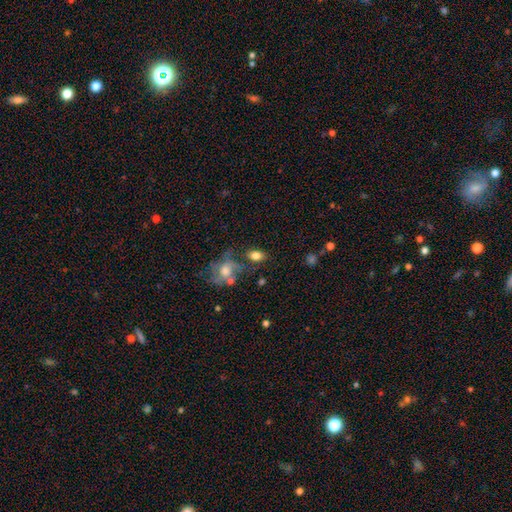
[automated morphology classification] type=smooth (80%); roundness=in between (84%); merging=none (66%).